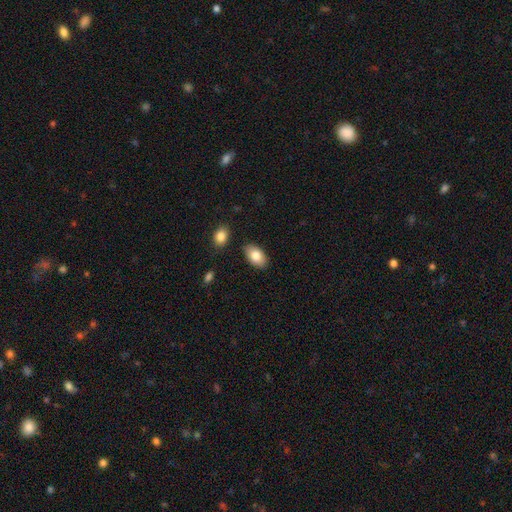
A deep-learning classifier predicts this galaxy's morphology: smooth_or_featured: smooth (p=0.83) [alt: featured or disk p=0.11]
how_rounded: in between (p=0.94) [alt: round p=0.05]
merging: none (p=0.86) [alt: minor disturbance p=0.09]